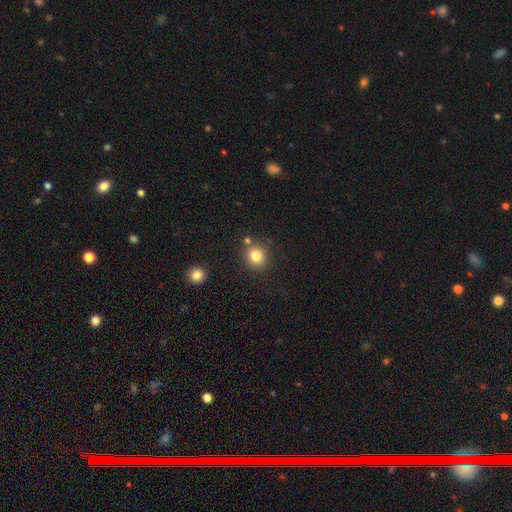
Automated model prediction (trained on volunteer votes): Smooth or featured? Predicted: smooth (p=0.83). How rounded? Predicted: round (p=0.85). Merging? Predicted: none (p=0.77).